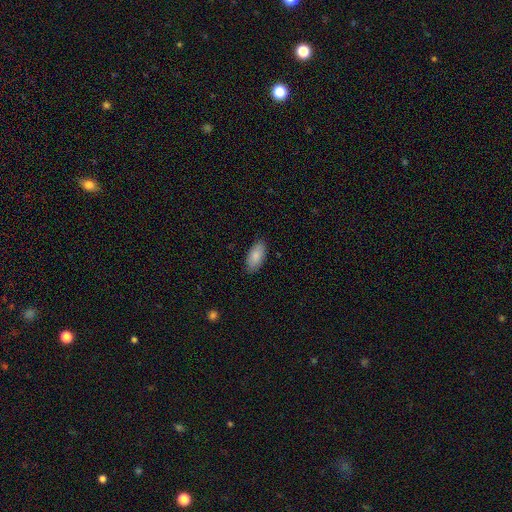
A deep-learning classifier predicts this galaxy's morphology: This is clearly a smooth galaxy (86%). How rounded: clearly in between (91%). Merging: clearly none (86%).